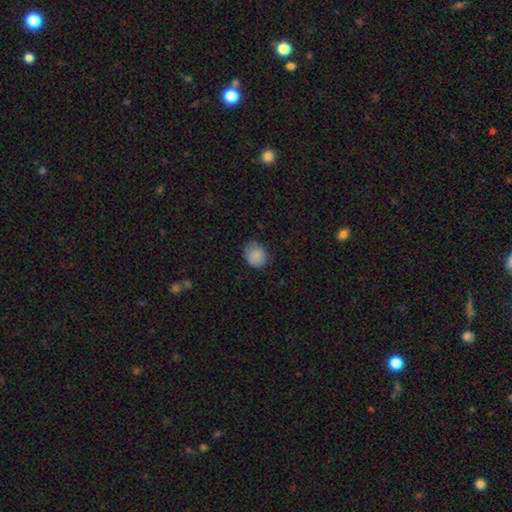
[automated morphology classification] Overall: smooth (87%). How rounded: round (57%; in between 42%). Merging: none (72%).